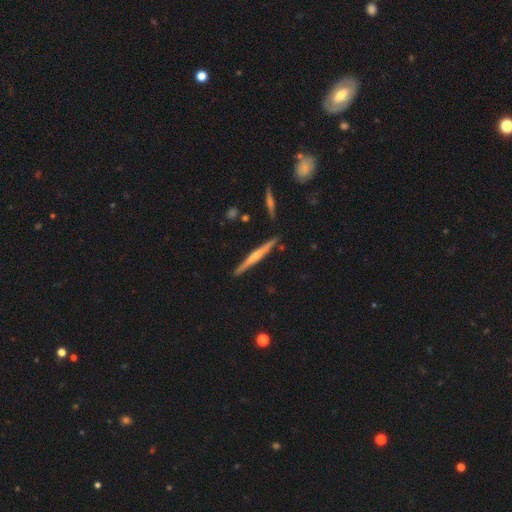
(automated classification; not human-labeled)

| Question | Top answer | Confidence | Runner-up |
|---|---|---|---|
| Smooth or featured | featured or disk | 56% | smooth (38%) |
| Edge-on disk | yes | 97% | no (3%) |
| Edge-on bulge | none | 43% | rounded (42%) |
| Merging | none | 89% | minor disturbance (8%) |